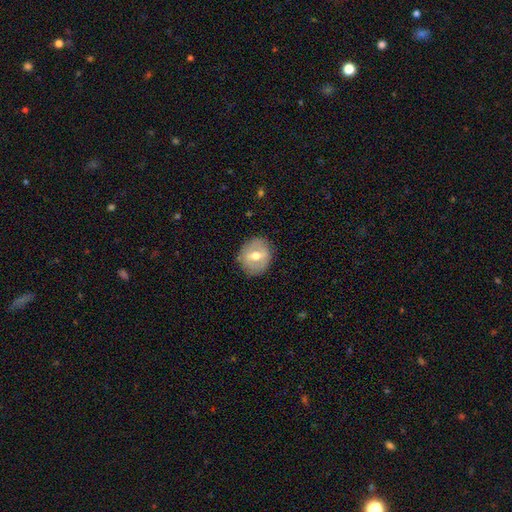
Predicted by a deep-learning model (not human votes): Smooth or featured: featured or disk — 47% (smooth — 45%)
Merging: none — 85% (minor disturbance — 11%)